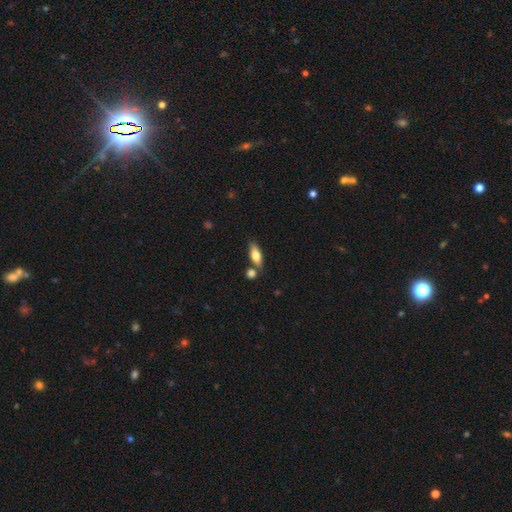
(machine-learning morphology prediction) smooth-or-featured: smooth: 67% | featured or disk: 27% | star or artifact: 7%
  how-rounded: in between: 67% | cigar-shaped: 30% | round: 3%
  merging: none: 71% | merger: 14% | minor disturbance: 12% | major disturbance: 3%